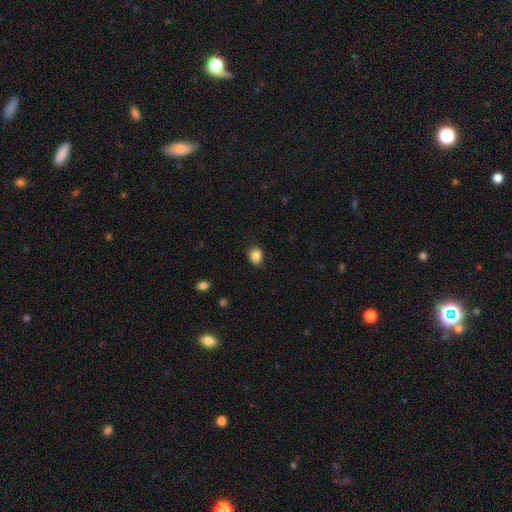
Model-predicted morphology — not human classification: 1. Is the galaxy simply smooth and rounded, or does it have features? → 86% smooth, 9% star or artifact, 5% featured or disk.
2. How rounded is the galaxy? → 53% round, 47% in between, 1% cigar-shaped.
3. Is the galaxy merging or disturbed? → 84% none, 13% minor disturbance, 3% major disturbance, 1% merger.